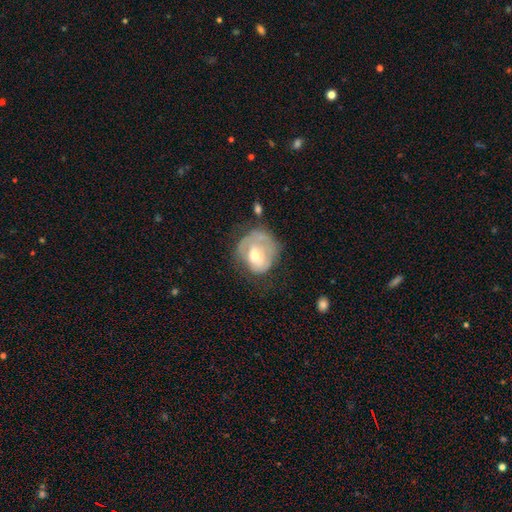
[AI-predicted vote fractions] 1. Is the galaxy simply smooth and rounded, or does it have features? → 55% featured or disk, 38% smooth, 7% star or artifact.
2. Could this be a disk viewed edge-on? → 97% no, 3% yes.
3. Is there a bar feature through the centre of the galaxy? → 65% no, 29% weak, 6% strong.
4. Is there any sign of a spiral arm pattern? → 54% yes, 46% no.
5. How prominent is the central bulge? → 58% moderate, 27% small, 10% large, 3% none, 1% dominant.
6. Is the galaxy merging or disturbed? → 40% none, 30% major disturbance, 26% minor disturbance, 4% merger.